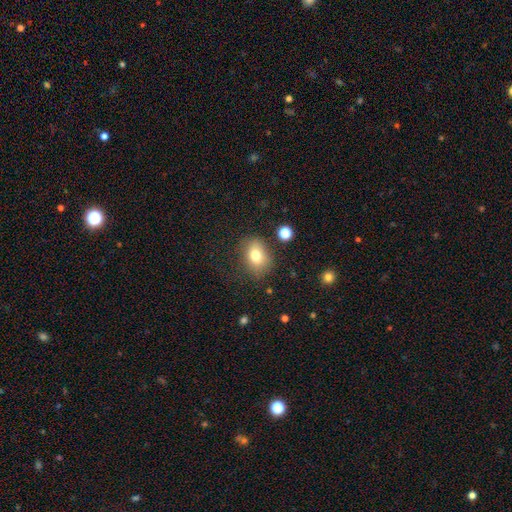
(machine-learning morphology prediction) Smooth or featured?
  - smooth: 77% *
  - featured or disk: 12%
  - star or artifact: 11%
How rounded?
  - in between: 64% *
  - round: 35%
  - cigar-shaped: 1%
Merging?
  - none: 76% *
  - minor disturbance: 16%
  - major disturbance: 5%
  - merger: 3%